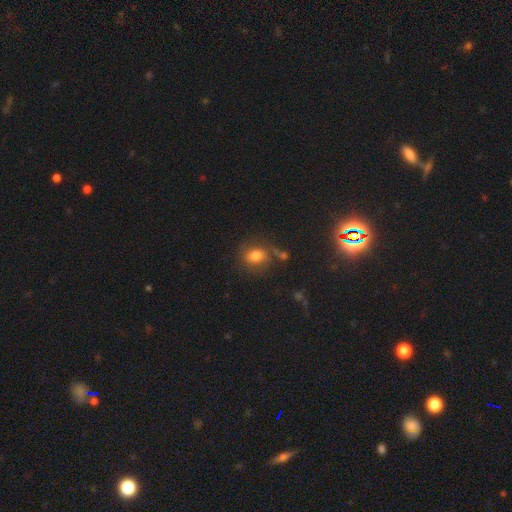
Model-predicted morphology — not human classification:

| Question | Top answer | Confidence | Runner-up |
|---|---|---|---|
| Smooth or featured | smooth | 74% | star or artifact (13%) |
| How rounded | in between | 50% | round (48%) |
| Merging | none | 64% | minor disturbance (19%) |